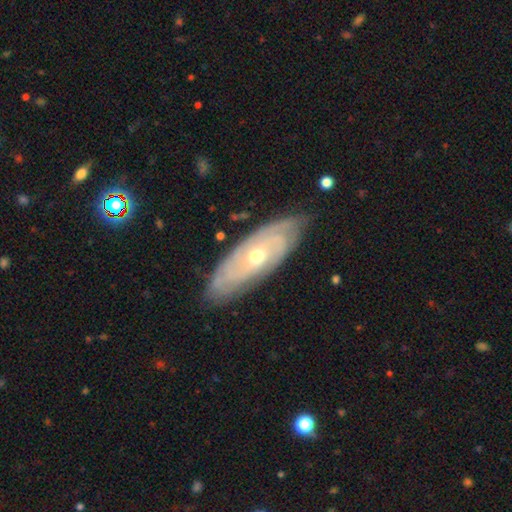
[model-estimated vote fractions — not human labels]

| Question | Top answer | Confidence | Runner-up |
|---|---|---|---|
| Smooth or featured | featured or disk | 82% | smooth (12%) |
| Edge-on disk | no | 85% | yes (15%) |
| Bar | no | 77% | weak (18%) |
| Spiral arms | yes | 90% | no (10%) |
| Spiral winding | tight | 75% | medium (20%) |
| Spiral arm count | can't tell | 47% | 2 (21%) |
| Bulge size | moderate | 59% | small (38%) |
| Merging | none | 81% | minor disturbance (15%) |